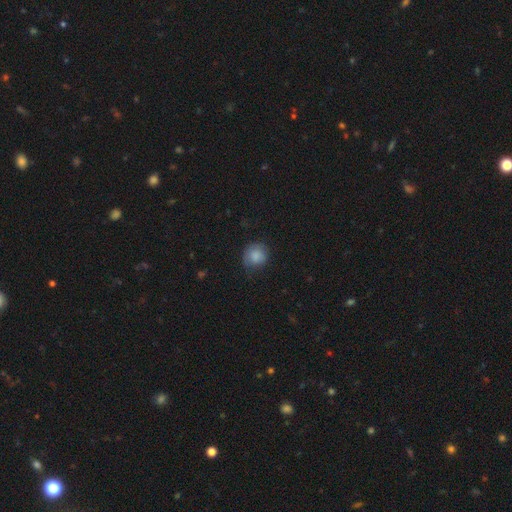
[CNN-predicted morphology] smooth 83%, featured or disk 9%, star or artifact 8%. Down the decision tree: how rounded — round (81%); merging — none (64%).